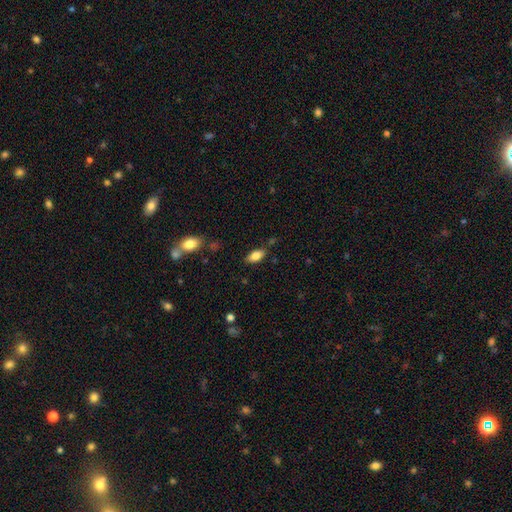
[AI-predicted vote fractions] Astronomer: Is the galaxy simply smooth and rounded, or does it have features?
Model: smooth — 80%.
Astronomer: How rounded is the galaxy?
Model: in between — 89%.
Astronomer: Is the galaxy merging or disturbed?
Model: none — 81%.